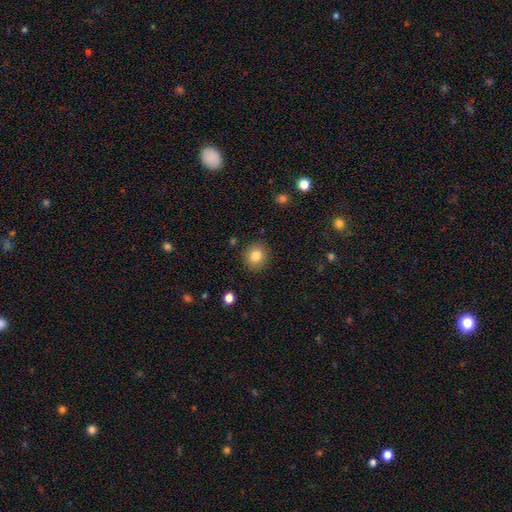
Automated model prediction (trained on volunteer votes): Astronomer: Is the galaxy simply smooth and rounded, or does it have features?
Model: smooth — 82%.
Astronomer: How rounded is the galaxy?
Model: round — 83%.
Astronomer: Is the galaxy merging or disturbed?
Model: none — 89%.